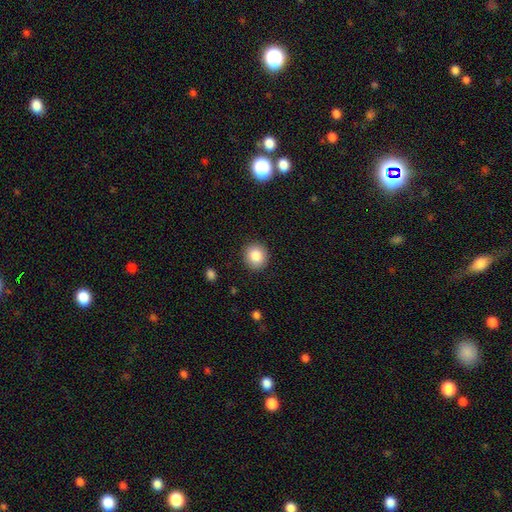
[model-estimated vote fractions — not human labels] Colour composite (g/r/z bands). It shows a smooth galaxy with no disk features (86%) that is round (87%). Merging: none (90%).